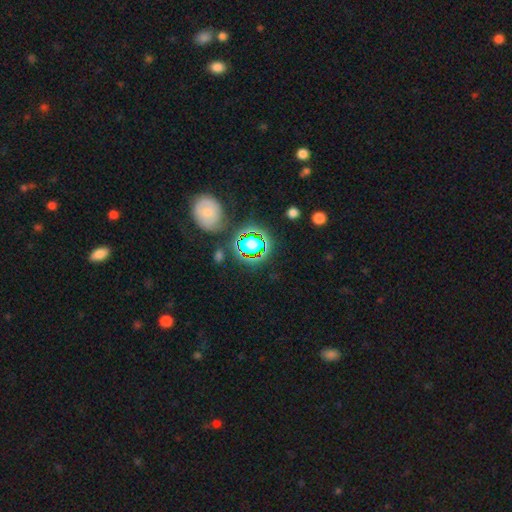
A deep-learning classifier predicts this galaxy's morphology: A star or artifact, not a galaxy (70%).